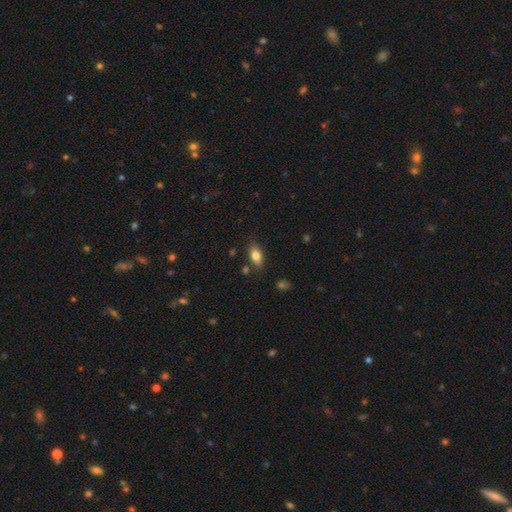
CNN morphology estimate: The model was most divided on "smooth or featured": smooth: 75%, featured or disk: 17%, star or artifact: 8%. More confident: how rounded — in between (85%); merging — none (80%).